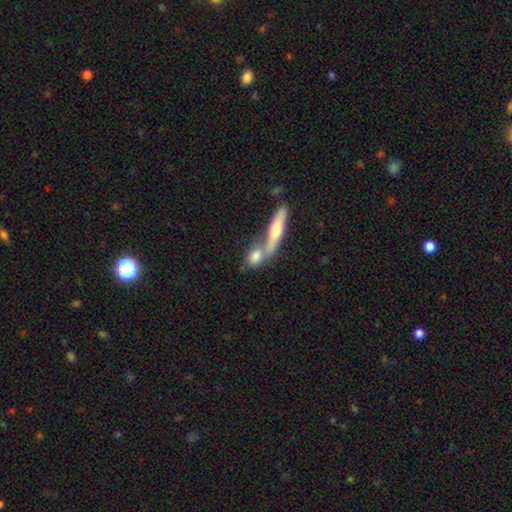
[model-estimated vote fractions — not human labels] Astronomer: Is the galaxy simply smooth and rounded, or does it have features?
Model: smooth — 68%.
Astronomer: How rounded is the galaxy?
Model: in between — 56%.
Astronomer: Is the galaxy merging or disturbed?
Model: merger — 52% (runner-up: none, 35%).